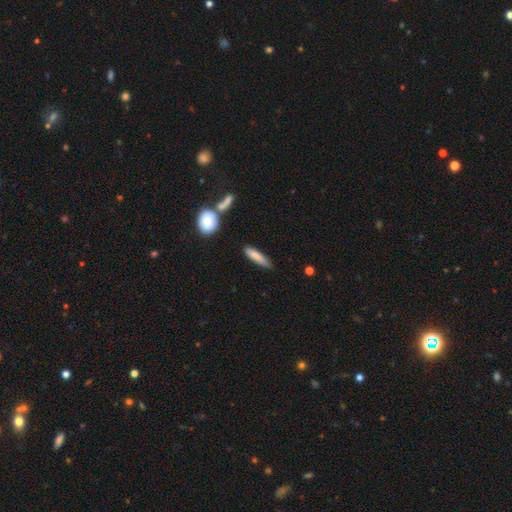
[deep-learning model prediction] Smooth or featured?
  - smooth: 79% *
  - featured or disk: 15%
  - star or artifact: 6%
How rounded?
  - cigar-shaped: 77% *
  - in between: 21%
  - round: 2%
Merging?
  - none: 72% *
  - minor disturbance: 20%
  - merger: 4%
  - major disturbance: 4%